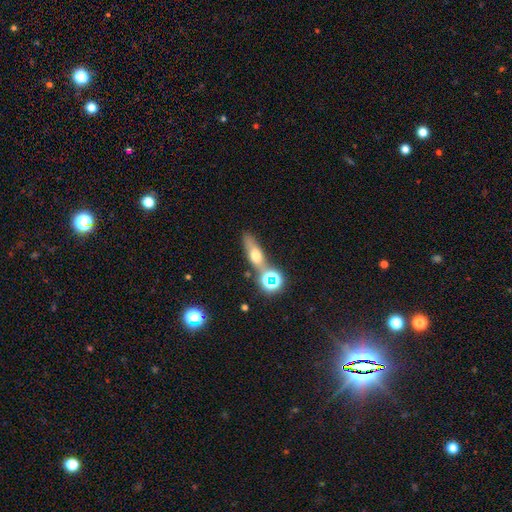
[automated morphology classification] smooth 50%, featured or disk 31%, star or artifact 19%. Down the decision tree: merging — none (62%).